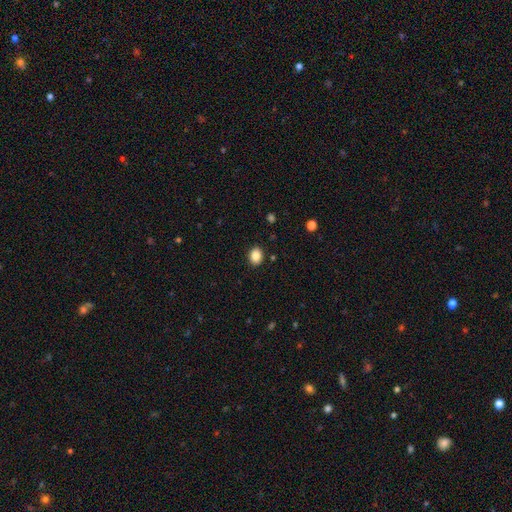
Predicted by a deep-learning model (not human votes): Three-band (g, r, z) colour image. It shows a smooth galaxy with no disk features (86%) that is round (50%). Merging: none (90%).